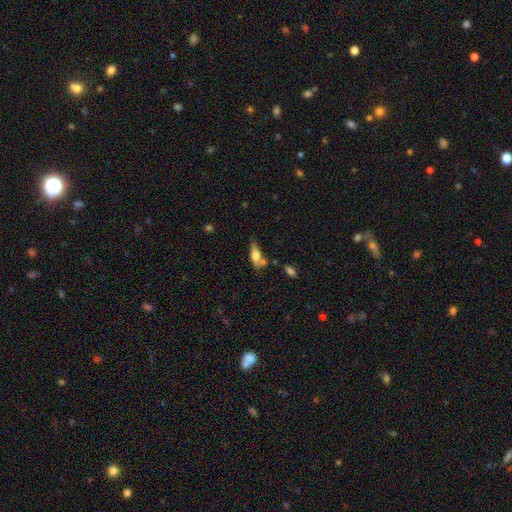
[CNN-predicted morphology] type=smooth (60%); roundness=in between (63%); merging=none (48%).